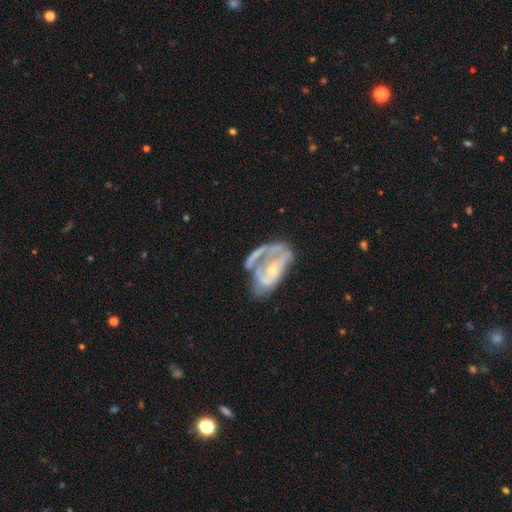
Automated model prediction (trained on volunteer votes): The model was most divided on "spiral arms": no: 53%, yes: 47%. Remaining: edge-on disk — no (96%); bar — no (75%); smooth or featured — featured or disk (68%); bulge size — small (64%); merging — major disturbance (37%).